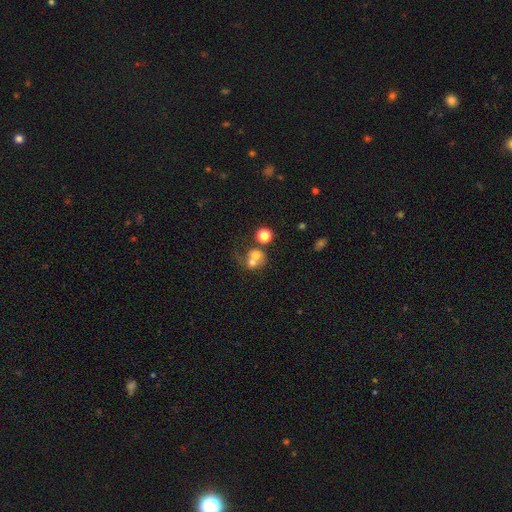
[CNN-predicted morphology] Smooth or featured? Predicted: smooth (p=0.58). How rounded? Predicted: round (p=0.73). Merging? Predicted: merger (p=0.60).